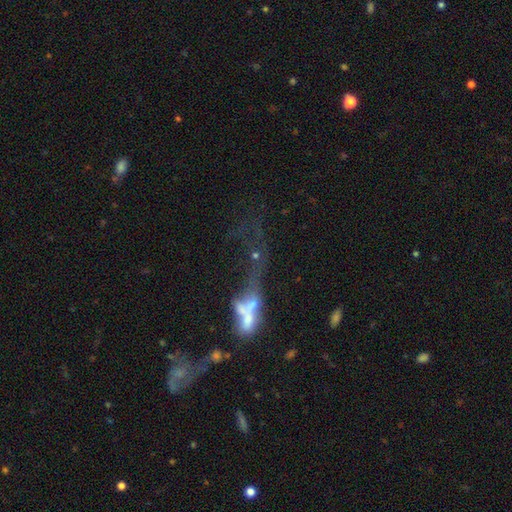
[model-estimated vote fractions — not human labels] featured or disk 49%, smooth 31%, star or artifact 20%. Down the decision tree: merging — merger (48%).